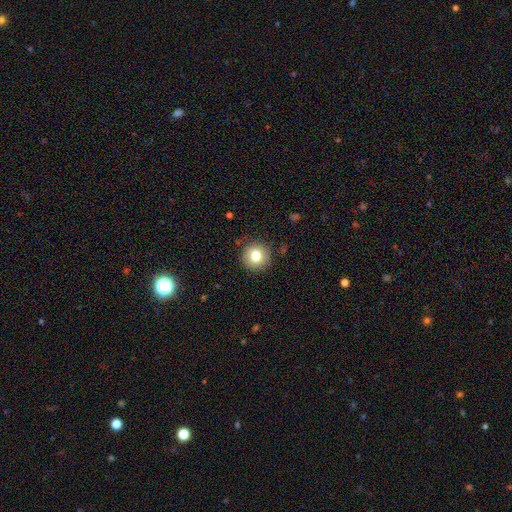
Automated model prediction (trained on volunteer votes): Morphology: type=smooth (79%); roundness=round (95%); merging=none (89%).